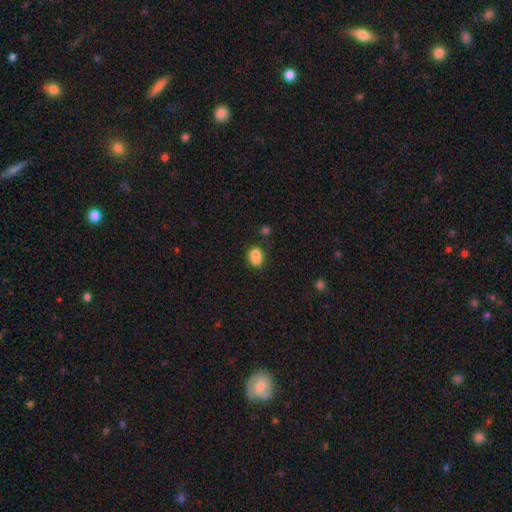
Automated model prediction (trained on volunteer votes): Smooth or featured? smooth (75%)
How rounded? round (56%)
Merging? merger (49%)